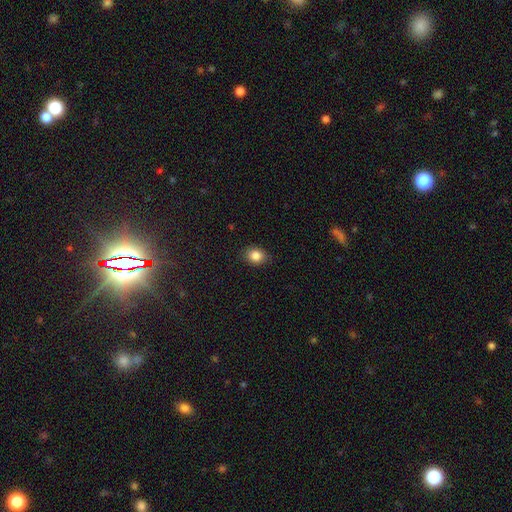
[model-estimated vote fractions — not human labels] Smooth or featured? smooth (85%)
How rounded? round (54%)
Merging? none (86%)